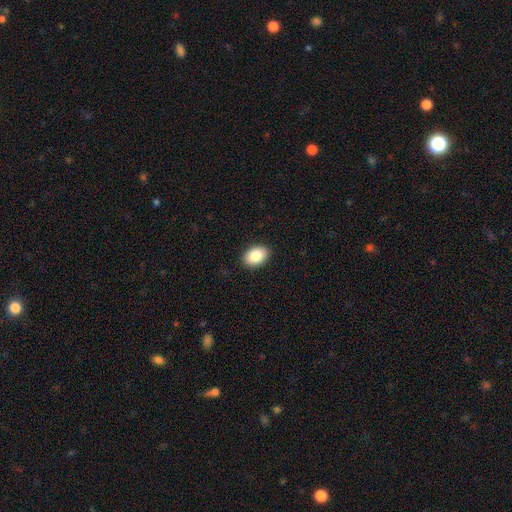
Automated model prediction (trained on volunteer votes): Q: Smooth or featured?
A: smooth (87%); runner-up: star or artifact (7%)
Q: How rounded?
A: in between (83%); runner-up: round (16%)
Q: Merging?
A: none (90%); runner-up: minor disturbance (7%)